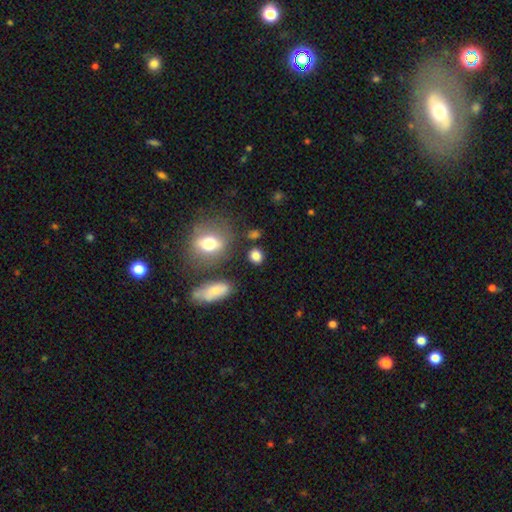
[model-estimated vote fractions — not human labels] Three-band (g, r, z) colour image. It shows a smooth galaxy with no disk features (81%) that is round (66%). Merging: none (77%).